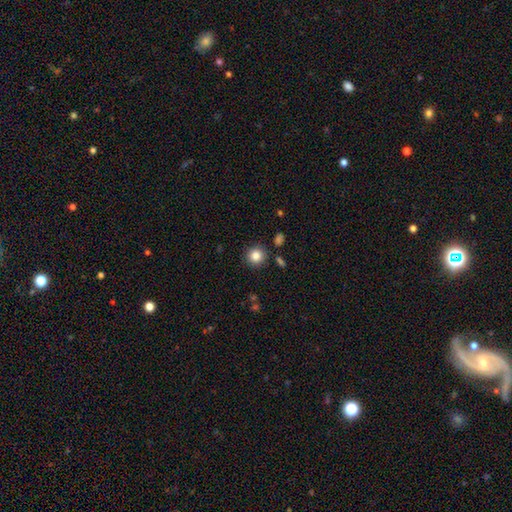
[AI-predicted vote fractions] smooth_or_featured: smooth (p=0.85) [alt: star or artifact p=0.10]
how_rounded: round (p=0.92) [alt: in between p=0.07]
merging: none (p=0.87) [alt: minor disturbance p=0.07]